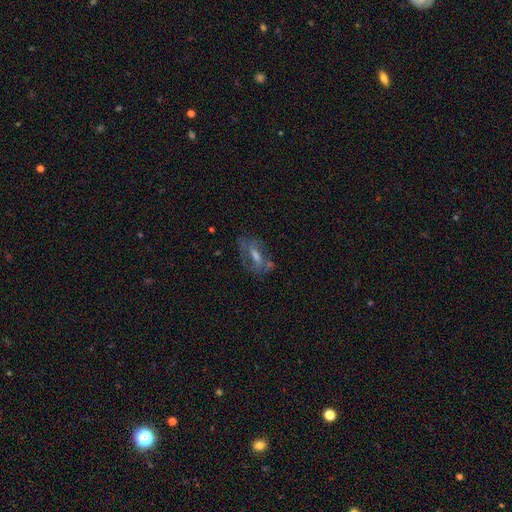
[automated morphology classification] type=featured or disk (60%); edge-on=no (87%); bar=weak (42%); spiral arms=yes (51%); bulge=moderate (50%); merging=none (57%).